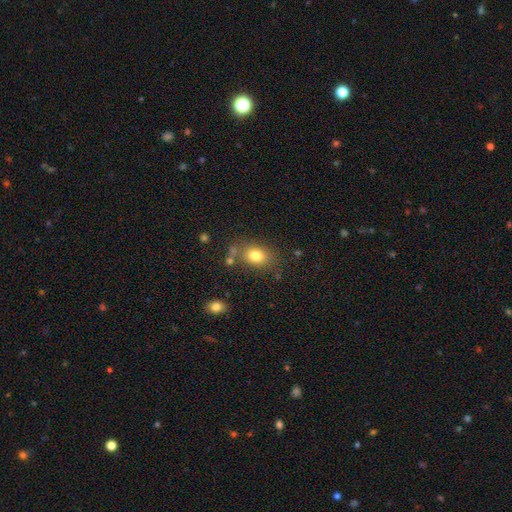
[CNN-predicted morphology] Overall: smooth (79%). How rounded: in between (66%; round 33%). Merging: none (71%).